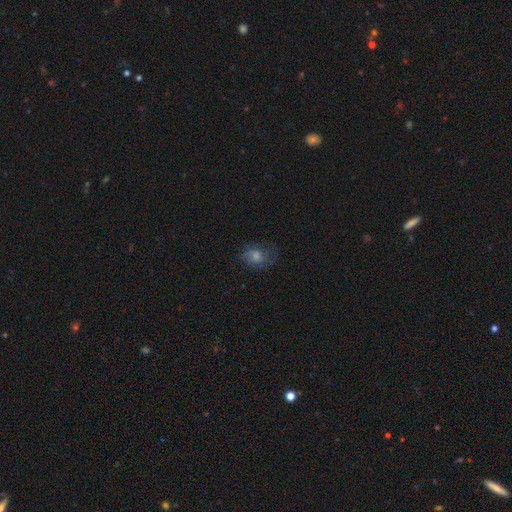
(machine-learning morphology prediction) Smooth or featured?
  - smooth: 45% *
  - featured or disk: 35%
  - star or artifact: 20%
Merging?
  - none: 62% *
  - minor disturbance: 22%
  - major disturbance: 15%
  - merger: 2%